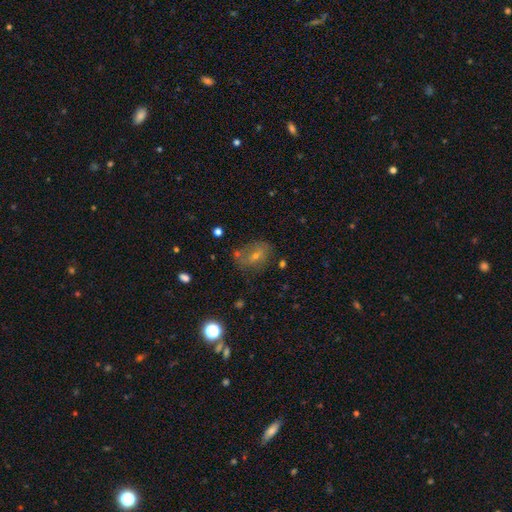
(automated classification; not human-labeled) This is marginally a smooth galaxy (38%, tied with featured or disk). Merging: possibly none (59%).